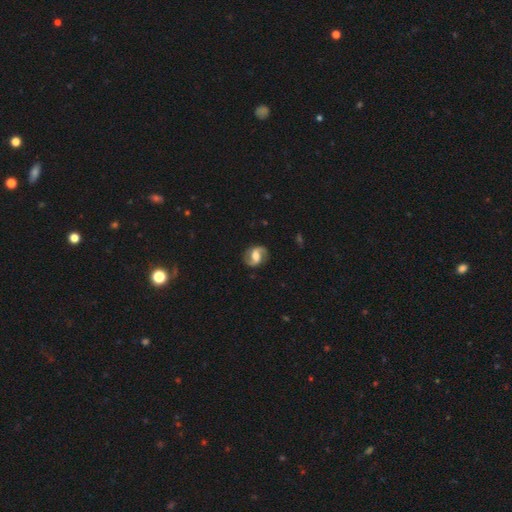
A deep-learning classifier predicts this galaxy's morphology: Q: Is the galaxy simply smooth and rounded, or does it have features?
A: featured or disk — 85%.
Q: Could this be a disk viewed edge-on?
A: no — 98%.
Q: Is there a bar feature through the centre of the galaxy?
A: weak — 46%.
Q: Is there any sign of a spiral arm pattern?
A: yes — 96%.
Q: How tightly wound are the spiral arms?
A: medium — 49%.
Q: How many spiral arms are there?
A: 2 — 93%.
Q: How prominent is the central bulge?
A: moderate — 54%.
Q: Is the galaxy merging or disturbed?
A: none — 85%.